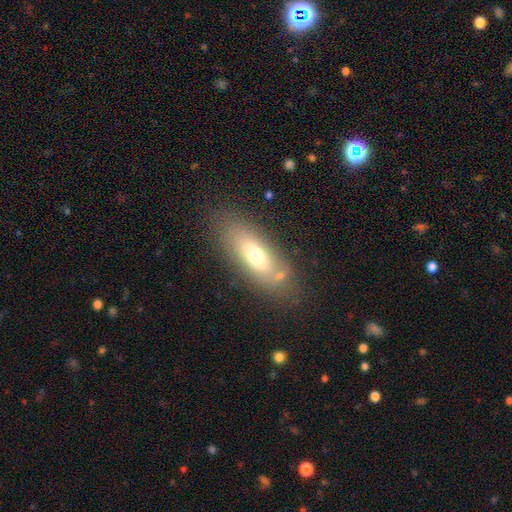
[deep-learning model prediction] Smooth or featured? Predicted: smooth (p=0.64). How rounded? Predicted: in between (p=0.68). Merging? Predicted: none (p=0.73).